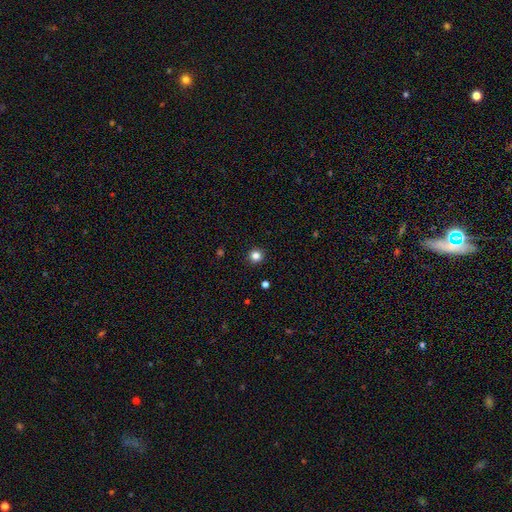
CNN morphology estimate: type=smooth (83%); roundness=round (94%); merging=none (93%).